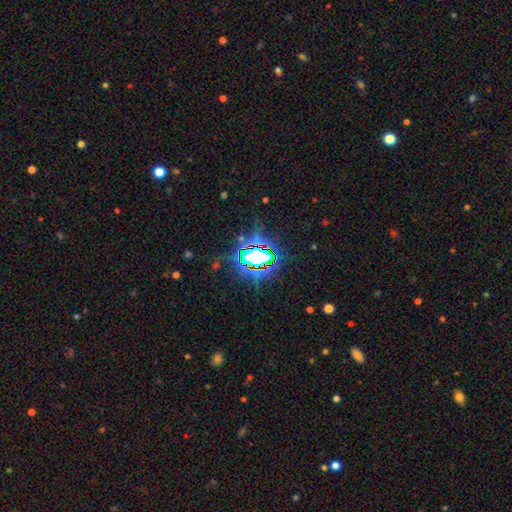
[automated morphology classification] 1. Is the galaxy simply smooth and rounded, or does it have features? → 71% star or artifact, 17% smooth, 12% featured or disk.